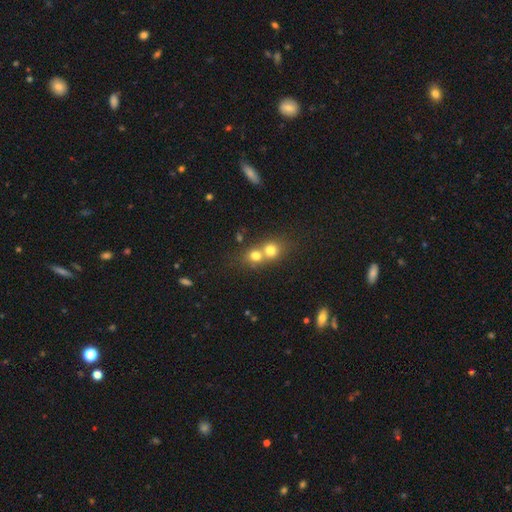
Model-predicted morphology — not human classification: Q: Smooth or featured?
A: smooth (73%); runner-up: featured or disk (14%)
Q: How rounded?
A: round (77%); runner-up: in between (21%)
Q: Merging?
A: merger (64%); runner-up: none (29%)